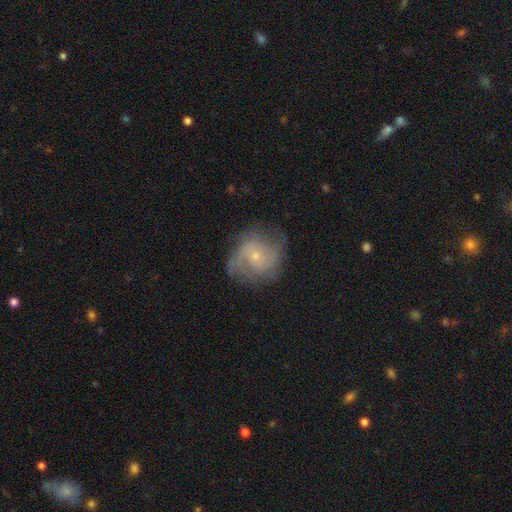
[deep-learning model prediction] Q: Smooth or featured?
A: featured or disk (73%); runner-up: smooth (19%)
Q: Edge-on disk?
A: no (97%); runner-up: yes (3%)
Q: Bar?
A: no (71%); runner-up: weak (24%)
Q: Spiral arms?
A: yes (90%); runner-up: no (10%)
Q: Spiral winding?
A: medium (45%); runner-up: tight (31%)
Q: Spiral arm count?
A: 2 (54%); runner-up: can't tell (22%)
Q: Bulge size?
A: small (78%); runner-up: moderate (18%)
Q: Merging?
A: none (65%); runner-up: minor disturbance (21%)